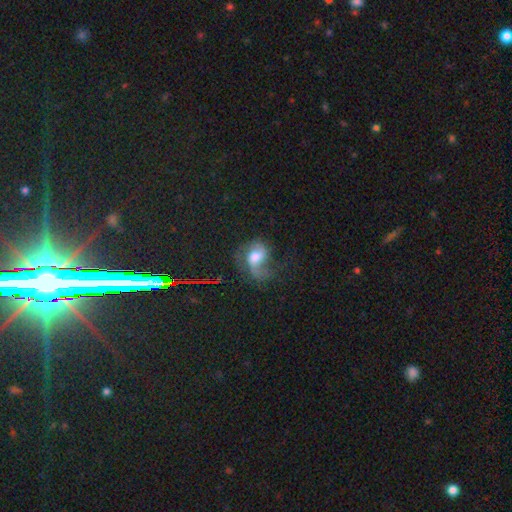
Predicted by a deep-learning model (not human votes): This appears to be a featured or disk galaxy (70%) with no bar (53%), 2 (71%) loose (56%) spiral arms (91%) and a moderate central bulge (51%). Merging: none (42%).